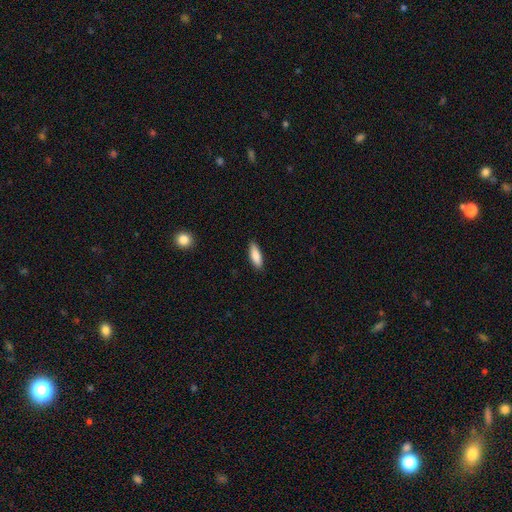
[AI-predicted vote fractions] Smooth or featured? Predicted: smooth (p=0.87). How rounded? Predicted: in between (p=0.55). Merging? Predicted: none (p=0.88).